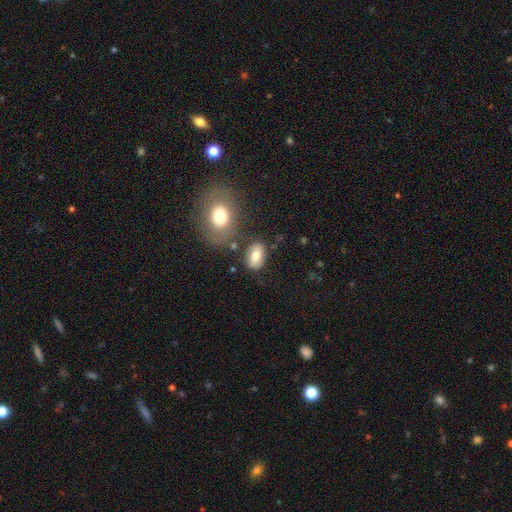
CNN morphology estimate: Smooth or featured? Predicted: smooth (p=0.73). How rounded? Predicted: in between (p=0.85). Merging? Predicted: none (p=0.74).